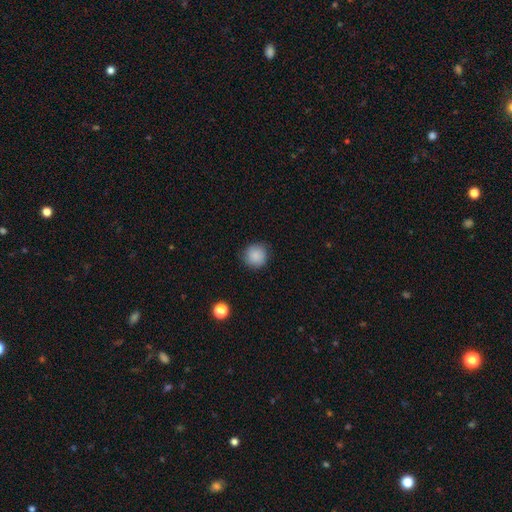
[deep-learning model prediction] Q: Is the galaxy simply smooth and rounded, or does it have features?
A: smooth — 88%.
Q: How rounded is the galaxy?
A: round — 93%.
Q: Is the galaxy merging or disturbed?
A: none — 87%.